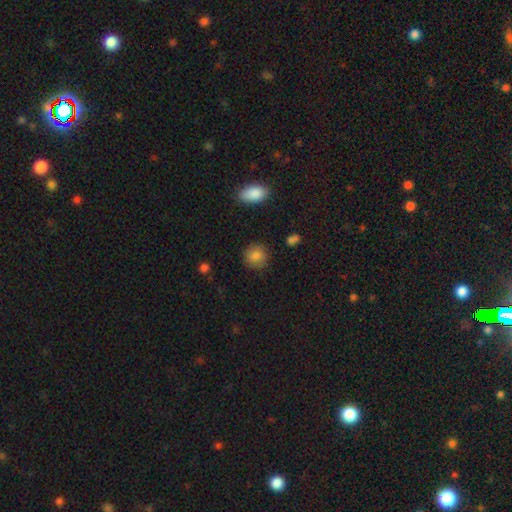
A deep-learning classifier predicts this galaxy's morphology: Smooth or featured? smooth (85%)
How rounded? round (85%)
Merging? none (85%)